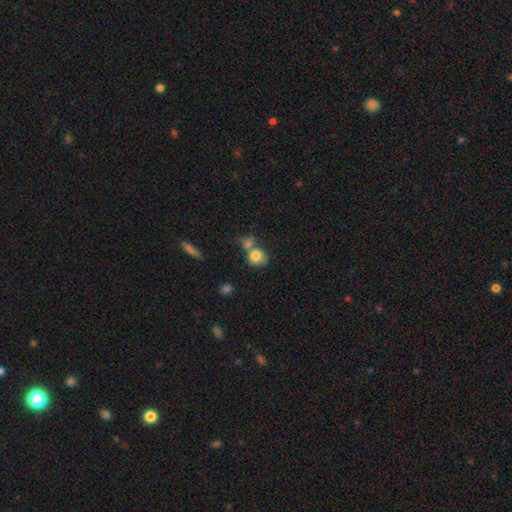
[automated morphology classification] A smooth galaxy with no disk features (80%) that is round (72%).

Vote fractions:
- Smooth or featured? smooth: 80% / featured or disk: 11% / star or artifact: 9%
- How rounded? round: 72% / in between: 26% / cigar-shaped: 1%
- Merging? merger: 43% / none: 40% / minor disturbance: 11% / major disturbance: 5%